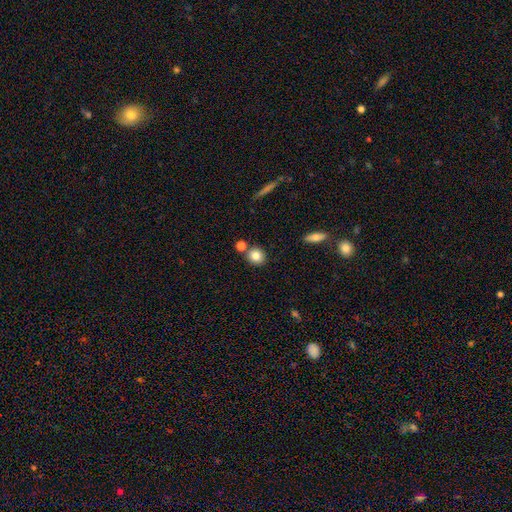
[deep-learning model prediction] Smooth or featured?
  - smooth: 83% *
  - star or artifact: 10%
  - featured or disk: 7%
How rounded?
  - round: 81% *
  - in between: 18%
  - cigar-shaped: 1%
Merging?
  - none: 75% *
  - merger: 14%
  - minor disturbance: 9%
  - major disturbance: 3%